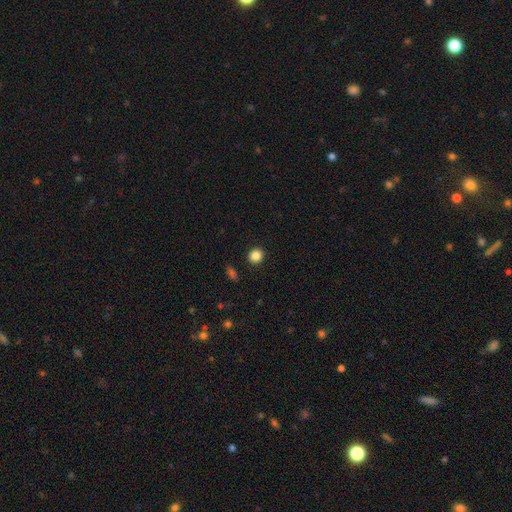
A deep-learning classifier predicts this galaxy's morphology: smooth-or-featured: smooth: 85% | star or artifact: 10% | featured or disk: 4%
  how-rounded: round: 87% | in between: 12% | cigar-shaped: 1%
  merging: none: 92% | minor disturbance: 5% | major disturbance: 2% | merger: 1%